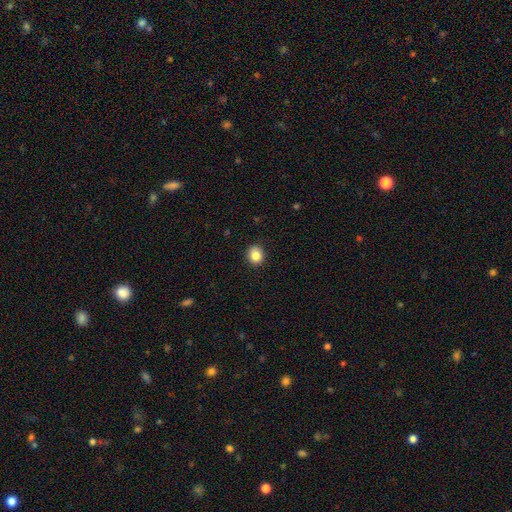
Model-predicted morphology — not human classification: A smooth galaxy with no disk features (85%) that is round (76%). Merging: none (90%).